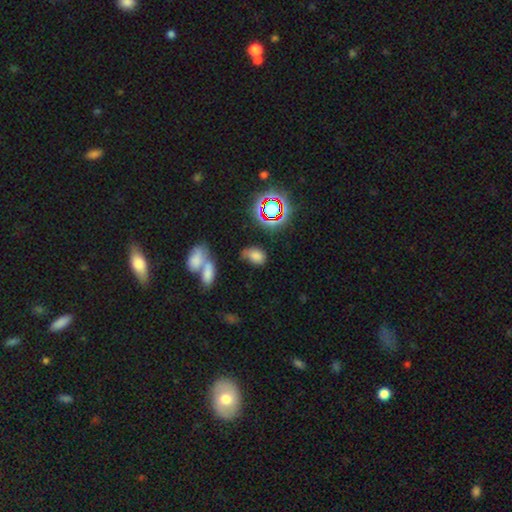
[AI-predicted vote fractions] Overall: smooth (68%). How rounded: in between (83%). Merging: none (44%; minor disturbance 24%).